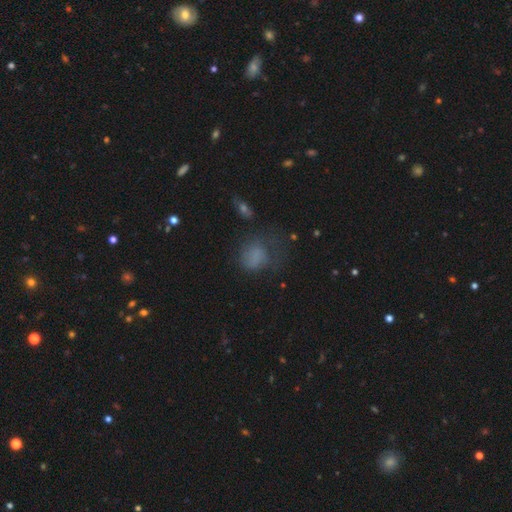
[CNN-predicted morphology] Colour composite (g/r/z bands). It shows a smooth galaxy with no disk features (64%) that is in between round and cigar-shaped (55%). Merging: major disturbance (36%).